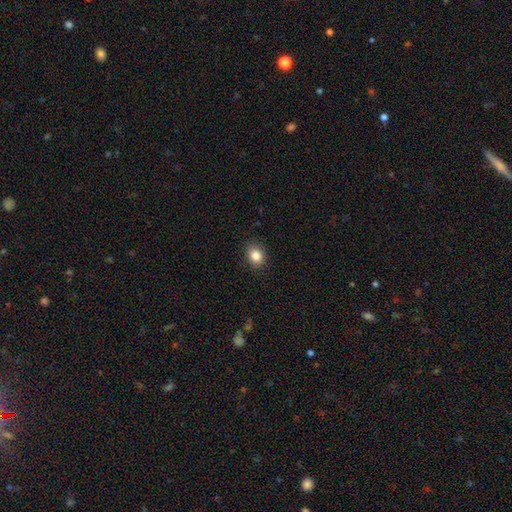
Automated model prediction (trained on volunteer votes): Overall: smooth (86%). How rounded: in between (50%; round 49%). Merging: none (86%).